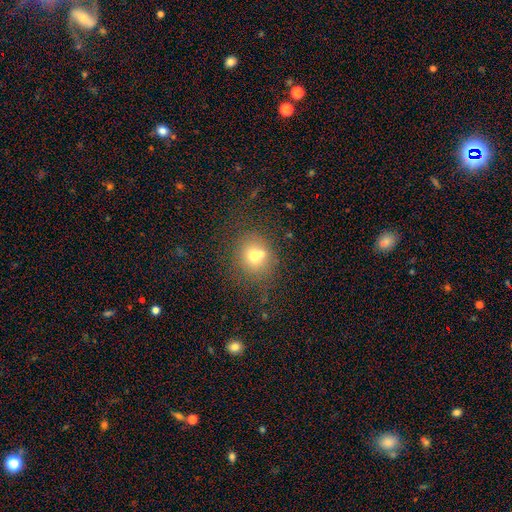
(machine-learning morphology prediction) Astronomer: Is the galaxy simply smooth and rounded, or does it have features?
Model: smooth — 65%.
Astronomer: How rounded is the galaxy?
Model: round — 77%.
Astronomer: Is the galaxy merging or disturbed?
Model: none — 51% (runner-up: merger, 33%).